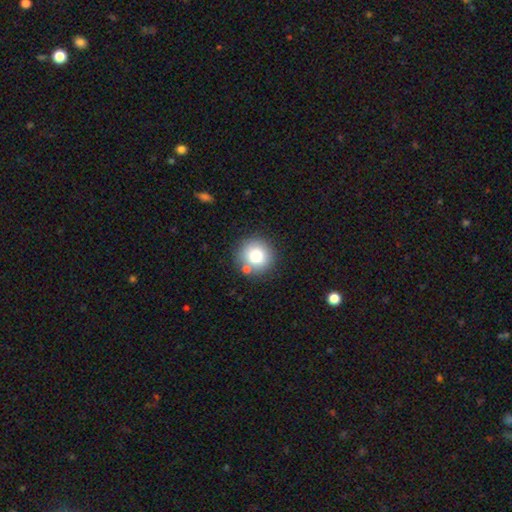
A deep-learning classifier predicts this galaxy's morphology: Smooth or featured? Predicted: smooth (p=0.79). How rounded? Predicted: round (p=0.94). Merging? Predicted: none (p=0.79).